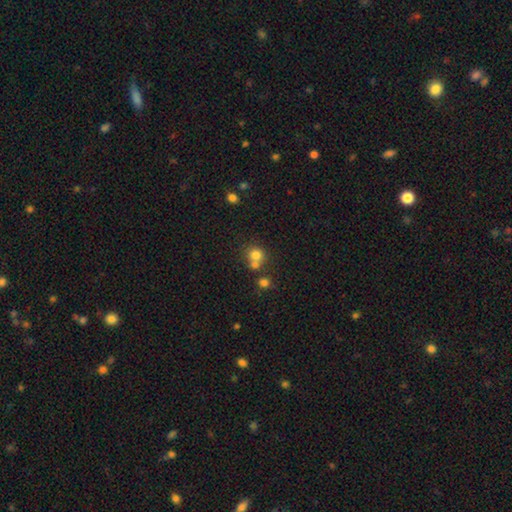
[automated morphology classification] Smooth or featured: smooth — 76% (star or artifact — 13%)
How rounded: round — 84% (in between — 15%)
Merging: none — 49% (merger — 41%)